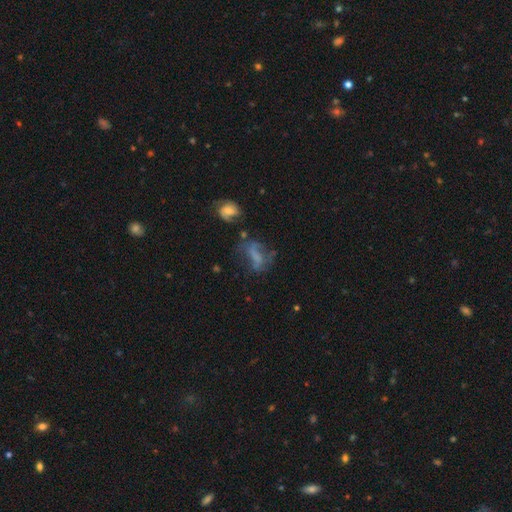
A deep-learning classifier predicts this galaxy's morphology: Smooth or featured?
  - featured or disk: 45% *
  - smooth: 37%
  - star or artifact: 18%
Merging?
  - none: 35% *
  - major disturbance: 32%
  - minor disturbance: 21%
  - merger: 12%